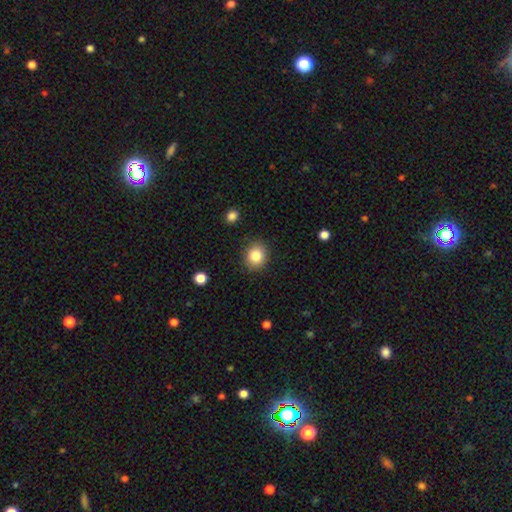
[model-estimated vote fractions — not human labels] smooth-or-featured: smooth: 84% | star or artifact: 9% | featured or disk: 7%
  how-rounded: round: 70% | in between: 30% | cigar-shaped: 1%
  merging: none: 88% | minor disturbance: 9% | major disturbance: 2% | merger: 1%